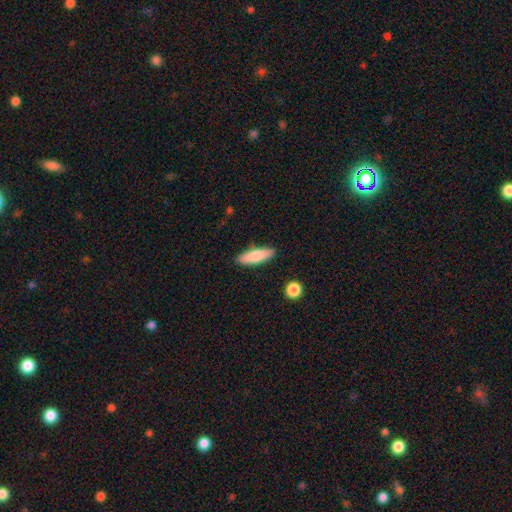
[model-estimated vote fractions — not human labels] Smooth or featured: smooth — 80% (featured or disk — 14%)
How rounded: cigar-shaped — 54% (in between — 44%)
Merging: none — 86% (minor disturbance — 10%)